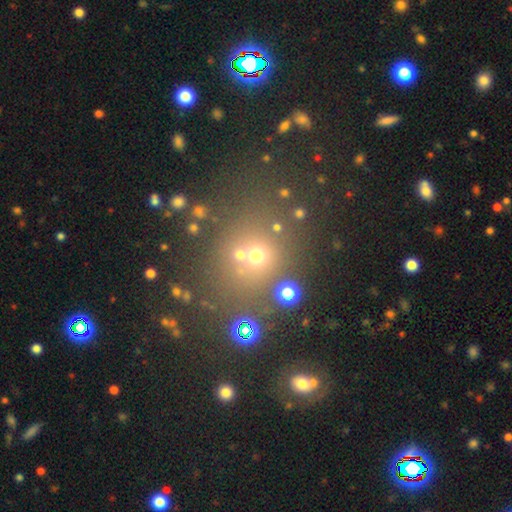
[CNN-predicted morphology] A smooth galaxy with no disk features (55%) that is round (82%). Merging: none (69%).